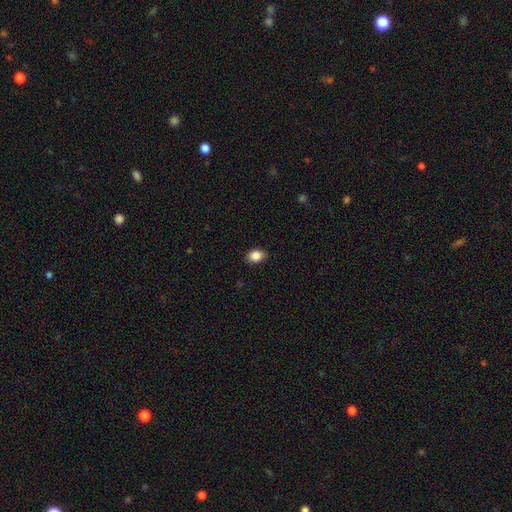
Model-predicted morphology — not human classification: Smooth or featured?
  - smooth: 87% *
  - star or artifact: 9%
  - featured or disk: 4%
How rounded?
  - in between: 62% *
  - round: 37%
  - cigar-shaped: 1%
Merging?
  - none: 89% *
  - minor disturbance: 8%
  - major disturbance: 2%
  - merger: 1%